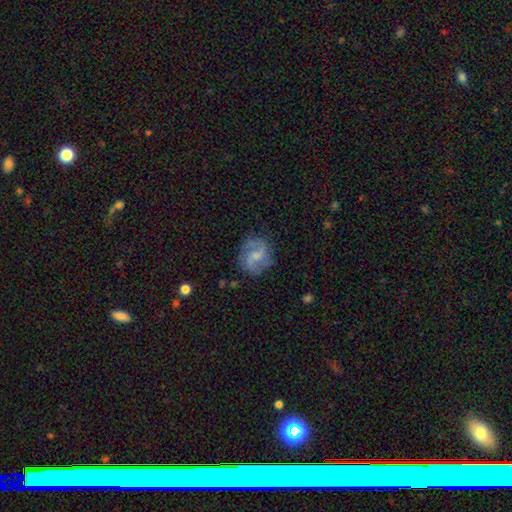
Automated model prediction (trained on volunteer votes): smooth-or-featured: featured or disk: 63% | smooth: 30% | star or artifact: 7%
  disk-edge-on: no: 98% | yes: 2%
    bar: weak: 50% | no: 39% | strong: 11%
    has-spiral-arms: yes: 88% | no: 12%
      spiral-winding: medium: 46% | loose: 36% | tight: 18%
      spiral-arm-count: 2: 81% | can't tell: 10% | 3: 4% | 1: 3% | 4: 2% | more than 4: 1%
    bulge-size: small: 41% | moderate: 39% | none: 15% | large: 4% | dominant: 1%
  merging: none: 74% | minor disturbance: 18% | major disturbance: 7% | merger: 2%